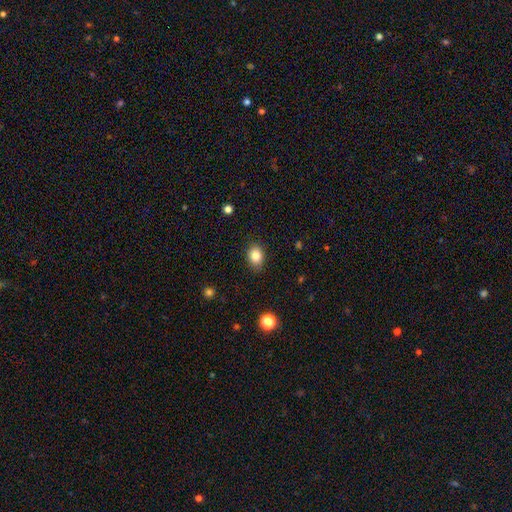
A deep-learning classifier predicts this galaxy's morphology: Smooth or featured? smooth (83%)
How rounded? in between (67%)
Merging? none (85%)